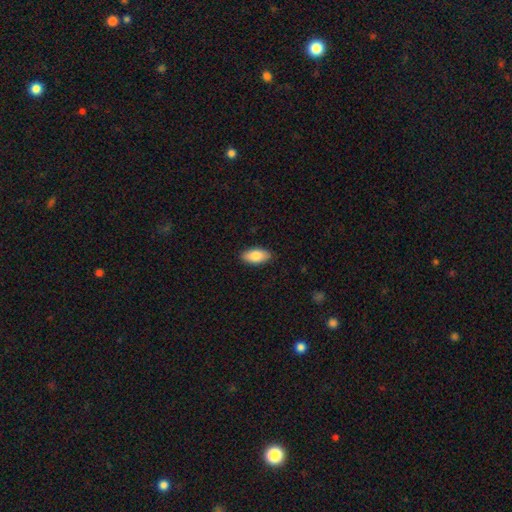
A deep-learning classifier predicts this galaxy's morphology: type=smooth (84%); roundness=in between (93%); merging=none (89%).